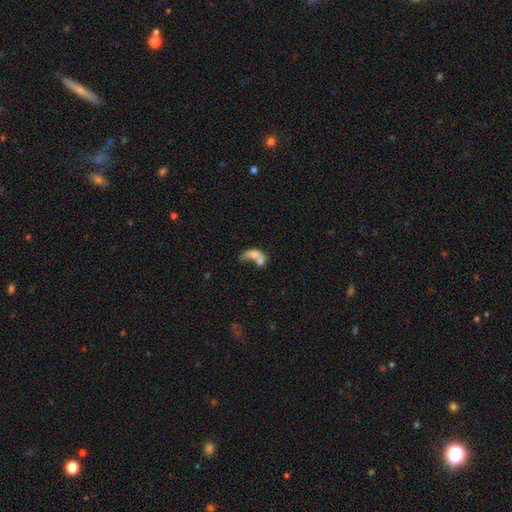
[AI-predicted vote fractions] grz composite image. It shows a smooth galaxy with no disk features (62%) that is in between round and cigar-shaped (76%). Merging: merger (63%).